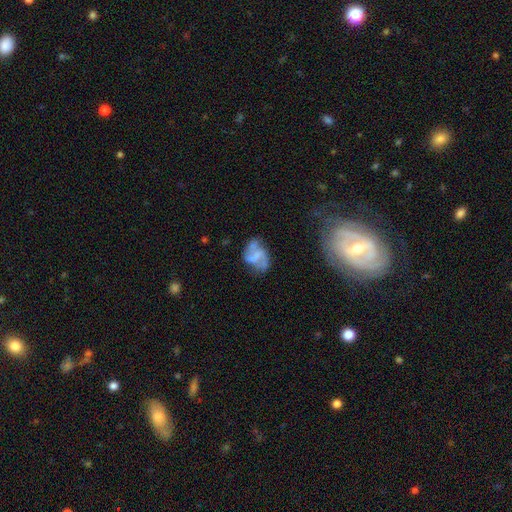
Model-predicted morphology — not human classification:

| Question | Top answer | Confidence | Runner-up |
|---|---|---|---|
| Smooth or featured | featured or disk | 66% | smooth (26%) |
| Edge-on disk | no | 97% | yes (3%) |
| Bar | weak | 40% | no (39%) |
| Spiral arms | yes | 75% | no (25%) |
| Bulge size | none | 57% | small (23%) |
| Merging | none | 49% | minor disturbance (24%) |